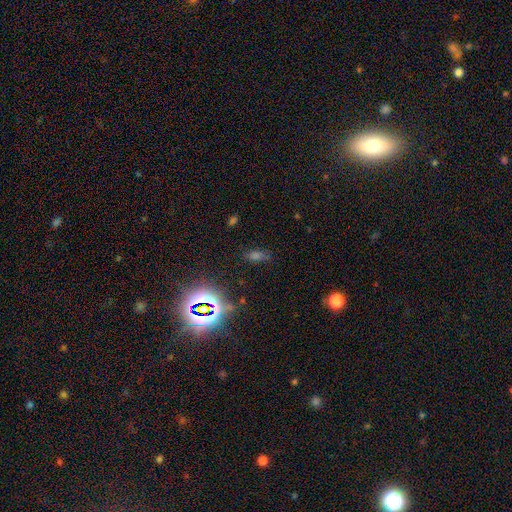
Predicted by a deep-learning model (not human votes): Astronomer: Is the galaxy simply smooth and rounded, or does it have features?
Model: star or artifact — 49% (runner-up: smooth, 39%).